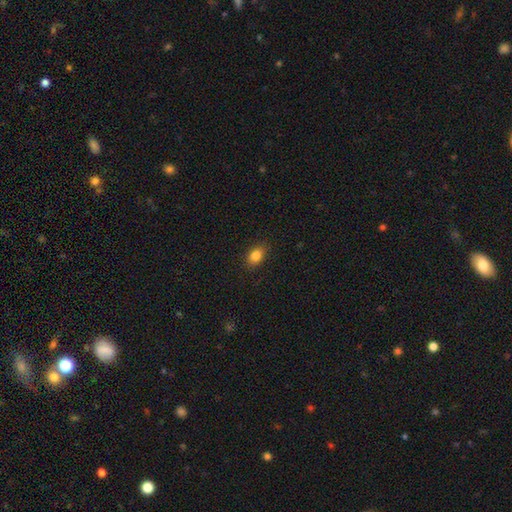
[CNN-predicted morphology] This is clearly a smooth galaxy (84%). How rounded: likely in between (74%). Merging: clearly none (87%).